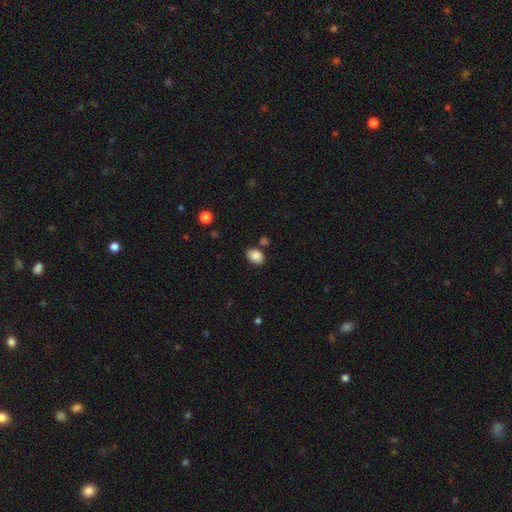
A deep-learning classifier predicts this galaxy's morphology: Smooth or featured? smooth (87%)
How rounded? in between (81%)
Merging? none (74%)